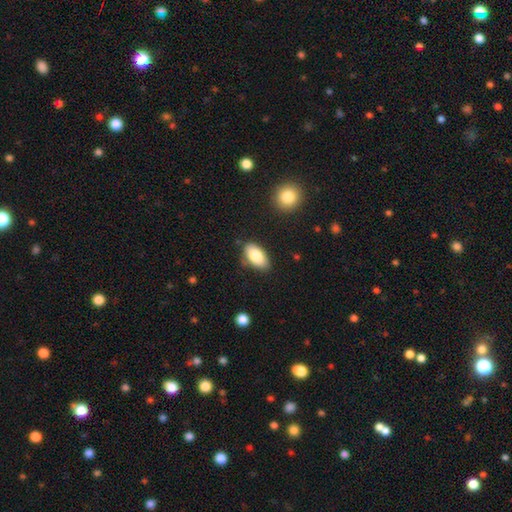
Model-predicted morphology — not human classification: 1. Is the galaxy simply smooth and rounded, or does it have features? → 83% smooth, 10% featured or disk, 7% star or artifact.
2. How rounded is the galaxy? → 94% in between, 3% round, 3% cigar-shaped.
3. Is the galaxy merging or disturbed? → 79% none, 15% minor disturbance, 3% major disturbance, 2% merger.